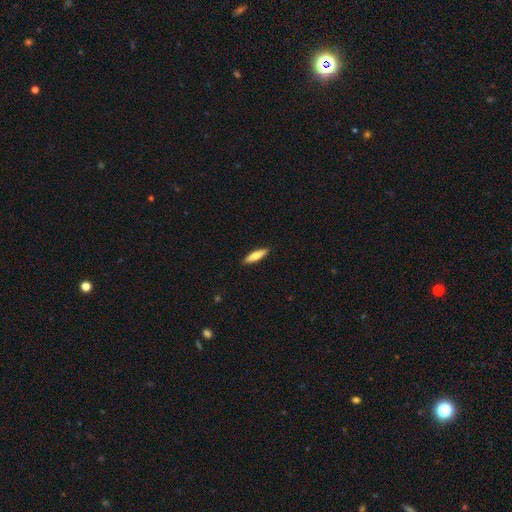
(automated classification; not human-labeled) Smooth or featured? Predicted: smooth (p=0.70). How rounded? Predicted: cigar-shaped (p=0.71). Merging? Predicted: none (p=0.91).